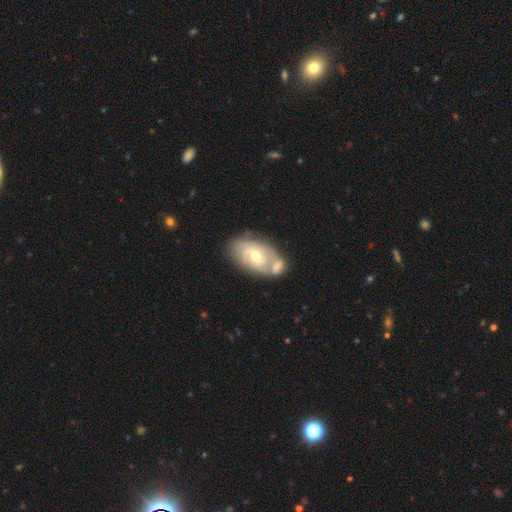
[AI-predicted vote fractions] smooth-or-featured: featured or disk: 69% | smooth: 26% | star or artifact: 6%
  disk-edge-on: no: 94% | yes: 6%
    bar: no: 53% | weak: 38% | strong: 10%
    has-spiral-arms: yes: 72% | no: 28%
    bulge-size: moderate: 63% | small: 32% | large: 3% | none: 1% | dominant: 1%
  merging: merger: 42% | none: 37% | minor disturbance: 15% | major disturbance: 6%